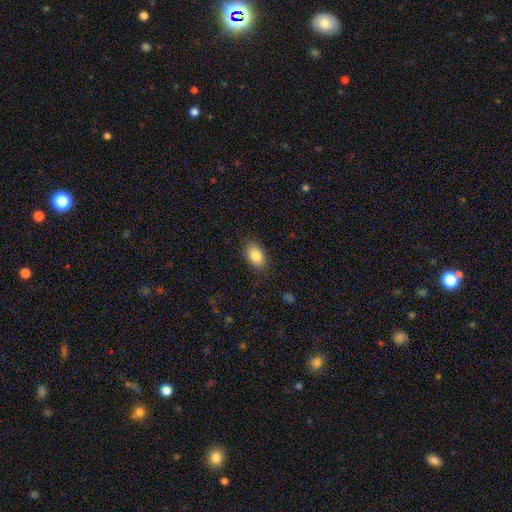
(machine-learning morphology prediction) smooth_or_featured: smooth (p=0.85) [alt: star or artifact p=0.08]
how_rounded: in between (p=0.88) [alt: round p=0.10]
merging: none (p=0.84) [alt: minor disturbance p=0.11]